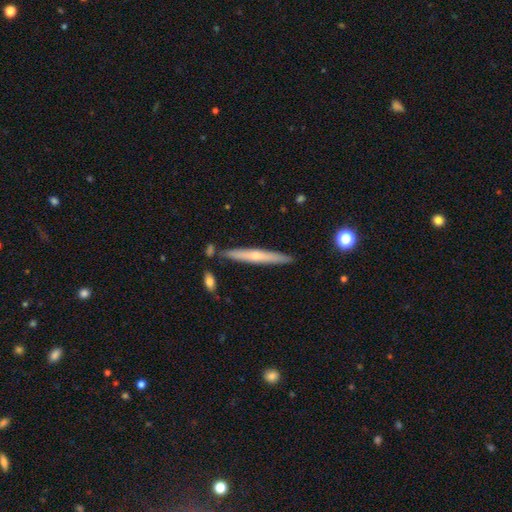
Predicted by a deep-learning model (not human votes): Morphology: type=featured or disk (65%); edge-on=yes (96%); edge-on bulge=rounded (73%); merging=none (85%).